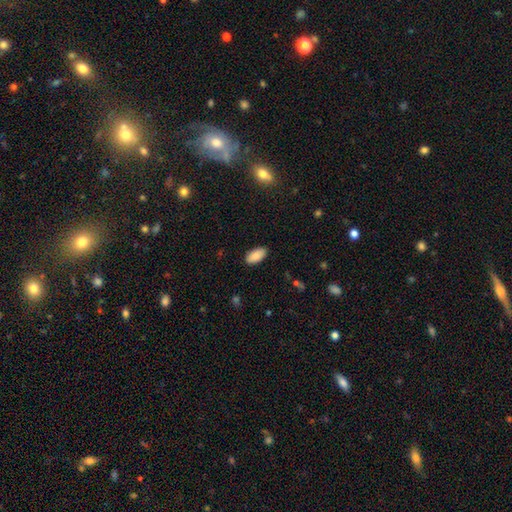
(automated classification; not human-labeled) smooth_or_featured: smooth (p=0.89) [alt: star or artifact p=0.07]
how_rounded: in between (p=0.94) [alt: cigar-shaped p=0.04]
merging: none (p=0.87) [alt: minor disturbance p=0.10]